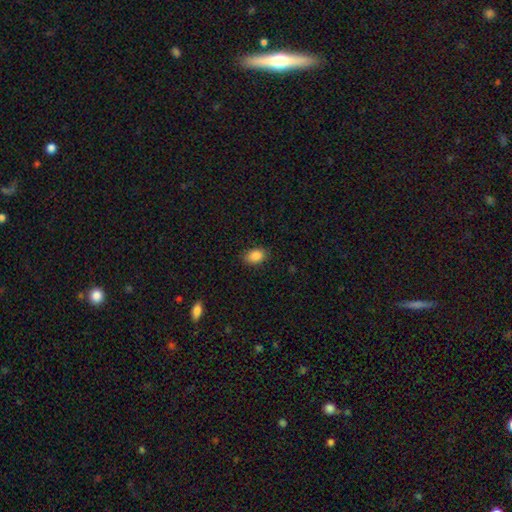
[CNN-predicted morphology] Smooth or featured? smooth (87%)
How rounded? in between (74%)
Merging? none (85%)